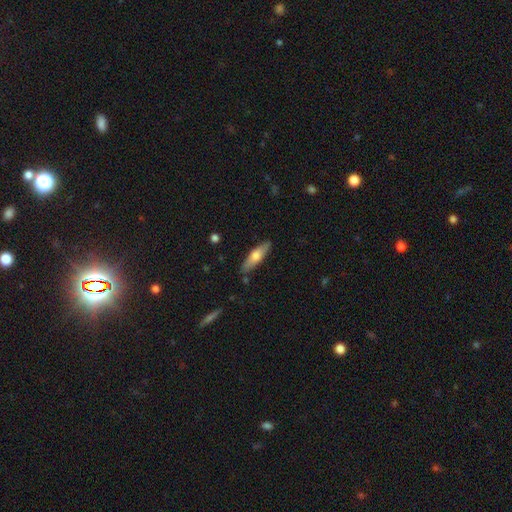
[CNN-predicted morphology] smooth_or_featured: smooth (p=0.59) [alt: featured or disk p=0.35]
how_rounded: cigar-shaped (p=0.61) [alt: in between p=0.37]
merging: none (p=0.86) [alt: minor disturbance p=0.10]